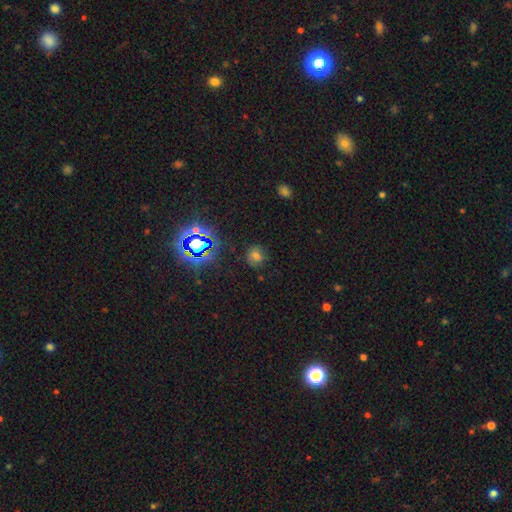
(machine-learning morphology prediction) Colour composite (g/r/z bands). It shows a smooth galaxy with no disk features (59%) that is round (77%). Merging: none (77%).